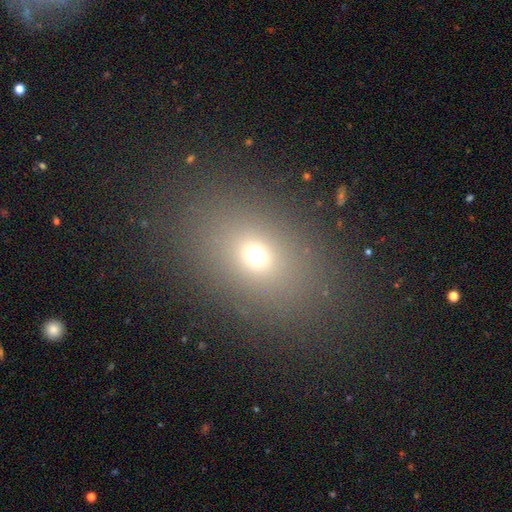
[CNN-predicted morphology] Smooth or featured: smooth — 67% (star or artifact — 22%)
How rounded: in between — 61% (round — 37%)
Merging: none — 82% (minor disturbance — 10%)